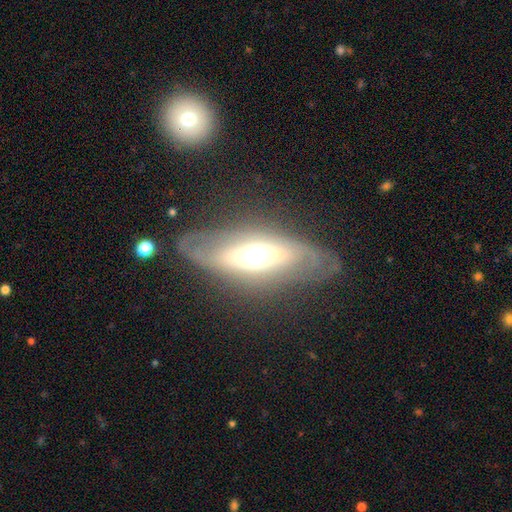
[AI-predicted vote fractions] Morphology: type=featured or disk (65%); edge-on=no (59%); merging=none (66%).